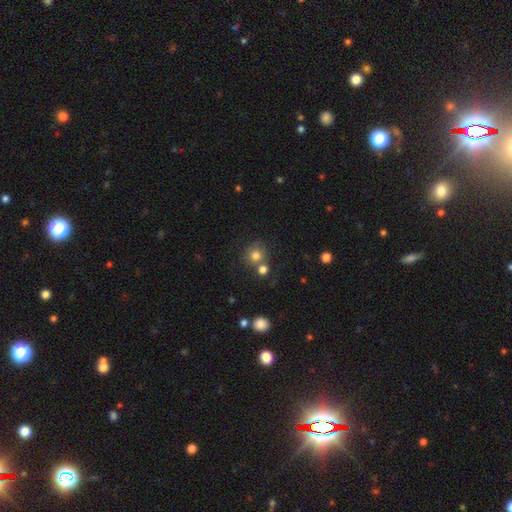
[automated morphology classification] Smooth or featured? Predicted: smooth (p=0.79). How rounded? Predicted: round (p=0.86). Merging? Predicted: none (p=0.63).